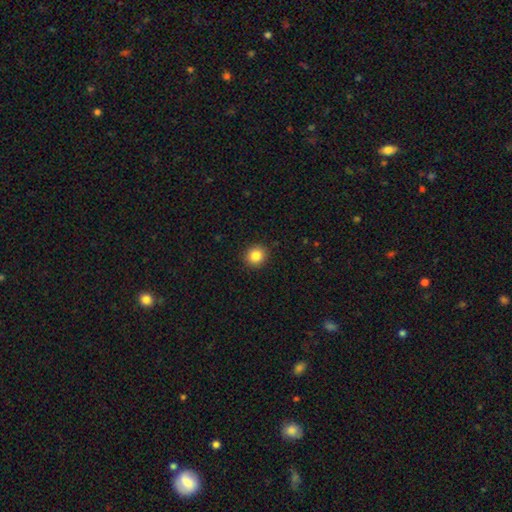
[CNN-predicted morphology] Smooth or featured? smooth (85%)
How rounded? round (87%)
Merging? none (91%)